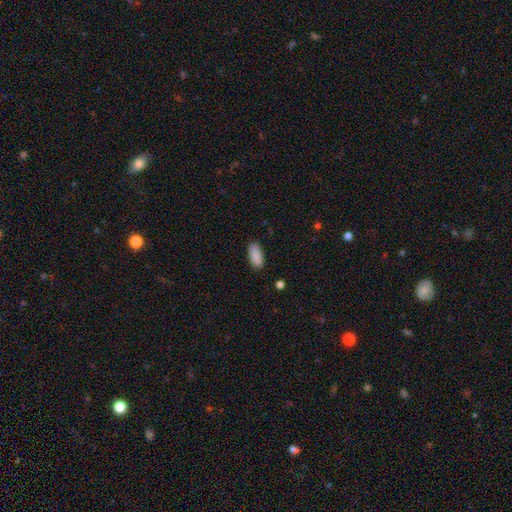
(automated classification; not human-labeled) A smooth galaxy with no disk features (90%) that is in between round and cigar-shaped (88%).

Vote fractions:
- Smooth or featured? smooth: 90% / star or artifact: 7% / featured or disk: 3%
- How rounded? in between: 88% / cigar-shaped: 10% / round: 2%
- Merging? none: 87% / minor disturbance: 9% / major disturbance: 2% / merger: 1%